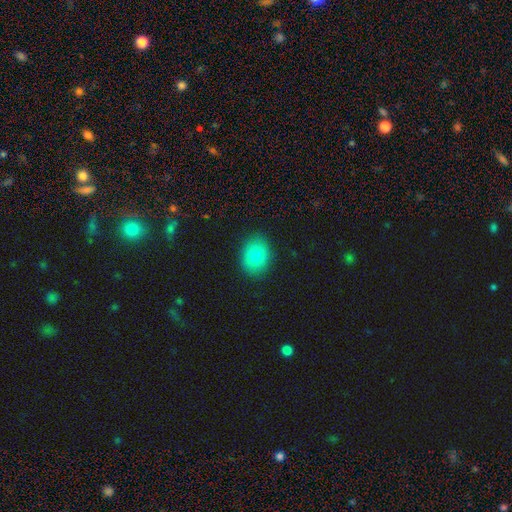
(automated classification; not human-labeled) Smooth or featured?
  - smooth: 81% *
  - star or artifact: 10%
  - featured or disk: 9%
How rounded?
  - in between: 53% *
  - round: 46%
  - cigar-shaped: 1%
Merging?
  - none: 88% *
  - minor disturbance: 9%
  - major disturbance: 2%
  - merger: 1%